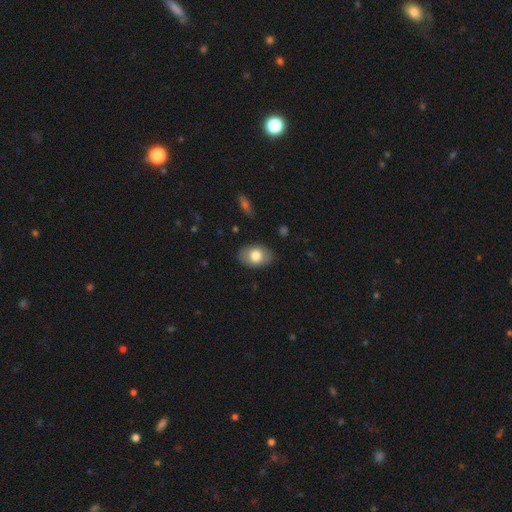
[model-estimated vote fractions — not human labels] Smooth or featured?
  - smooth: 76% *
  - featured or disk: 18%
  - star or artifact: 7%
How rounded?
  - in between: 83% *
  - round: 16%
  - cigar-shaped: 1%
Merging?
  - none: 86% *
  - minor disturbance: 11%
  - major disturbance: 3%
  - merger: 1%